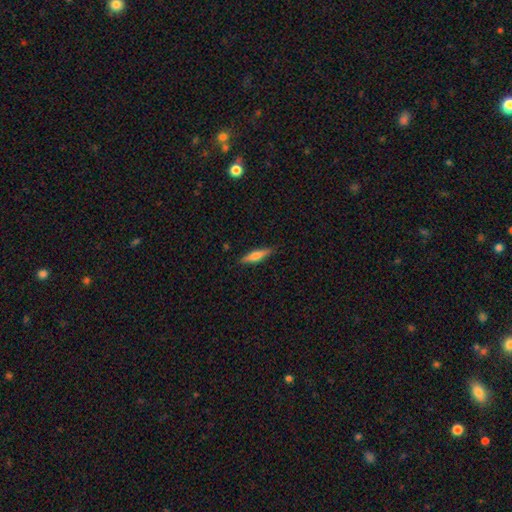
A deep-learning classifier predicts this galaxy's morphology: This is possibly a smooth galaxy (55%). How rounded: likely cigar-shaped (76%). Merging: clearly none (87%).